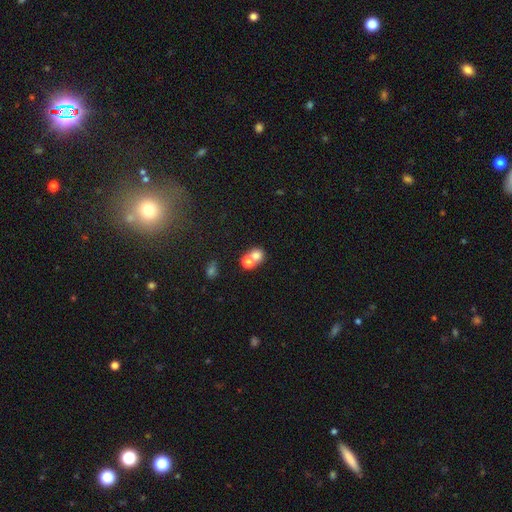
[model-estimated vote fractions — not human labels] Overall: smooth (74%). How rounded: round (76%). Merging: merger (55%; none 36%).